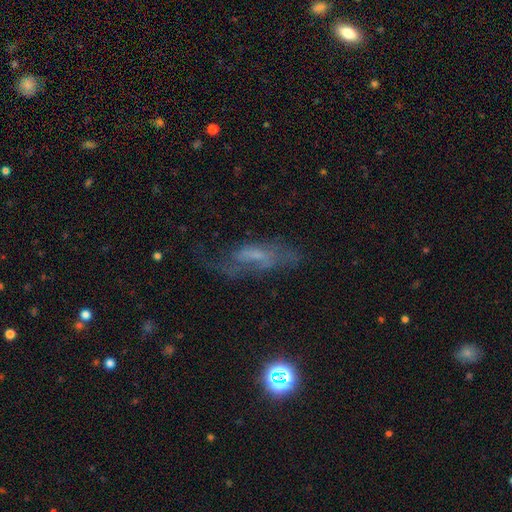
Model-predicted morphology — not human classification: Overall: featured or disk (56%; smooth 29%). Edge-on disk: no (83%). Merging: none (47%; major disturbance 26%).